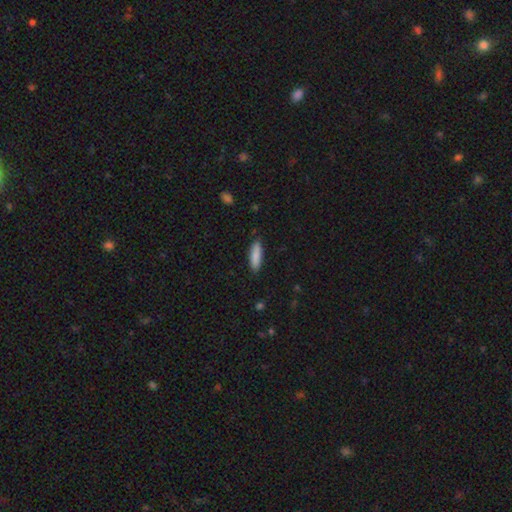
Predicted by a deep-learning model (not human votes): This appears to be a smooth galaxy with no disk features (85%) that is cigar-shaped (53%). Merging: none (87%).